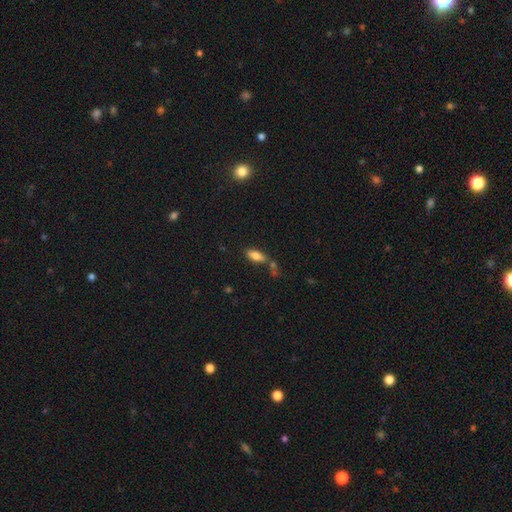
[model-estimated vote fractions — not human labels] This appears to be a smooth galaxy with no disk features (80%) that is in between round and cigar-shaped (83%). Merging: none (61%).